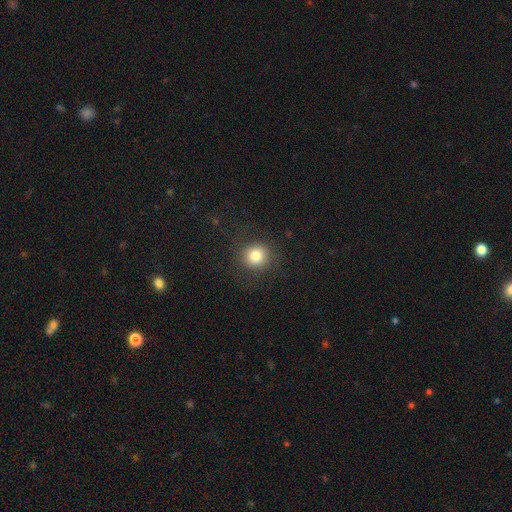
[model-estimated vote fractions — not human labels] Smooth or featured?
  - smooth: 81% *
  - star or artifact: 12%
  - featured or disk: 7%
How rounded?
  - round: 90% *
  - in between: 9%
  - cigar-shaped: 1%
Merging?
  - none: 86% *
  - minor disturbance: 8%
  - major disturbance: 5%
  - merger: 1%